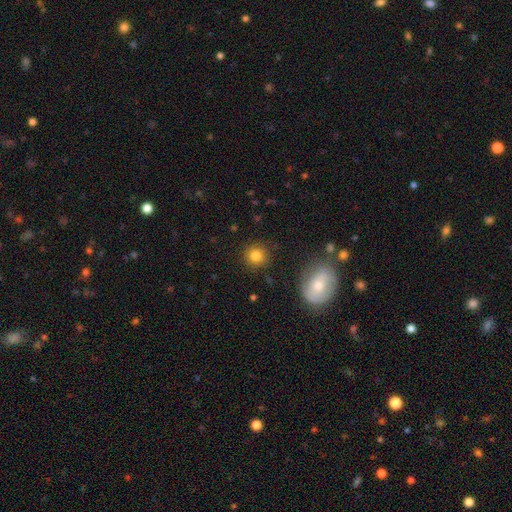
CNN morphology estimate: Overall: smooth (82%). How rounded: round (91%). Merging: none (88%).